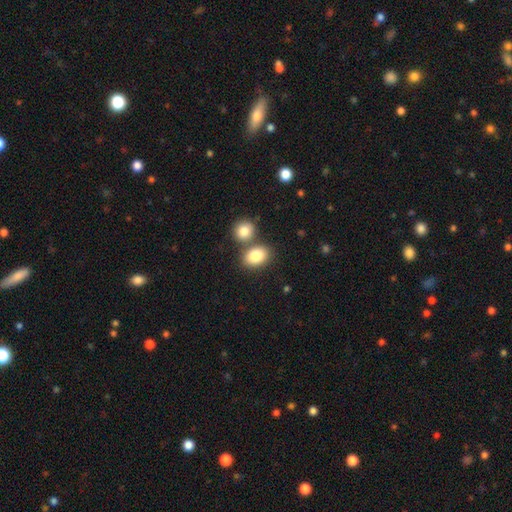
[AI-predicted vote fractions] smooth 84%, featured or disk 8%, star or artifact 8%. Down the decision tree: how rounded — in between (73%); merging — none (56%).